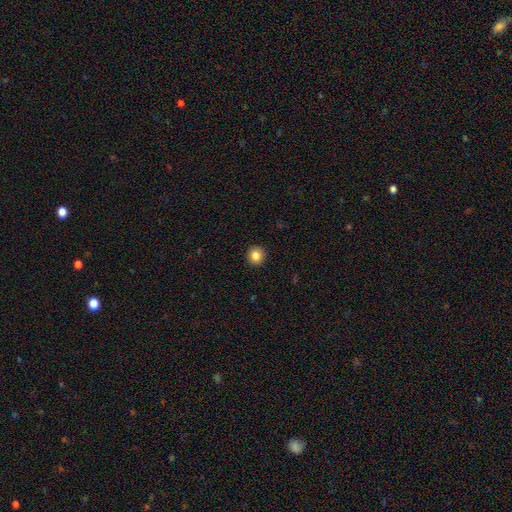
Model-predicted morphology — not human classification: smooth_or_featured: smooth (p=0.84) [alt: star or artifact p=0.10]
how_rounded: round (p=0.90) [alt: in between p=0.09]
merging: none (p=0.93) [alt: minor disturbance p=0.05]